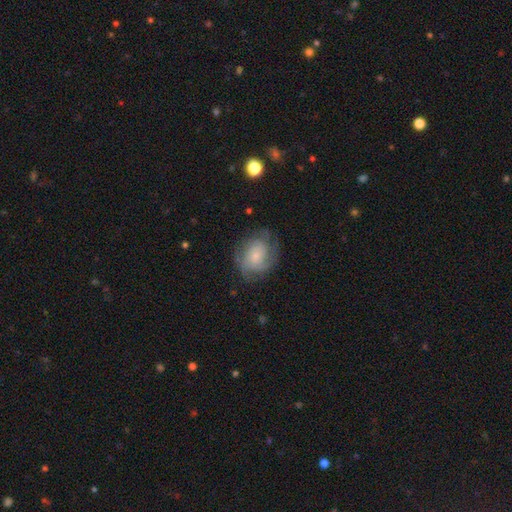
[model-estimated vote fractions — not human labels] A featured or disk galaxy (60%) with no bar (74%), tight (47%) spiral arms (89%) and a small central bulge (50%). Merging: none (68%).